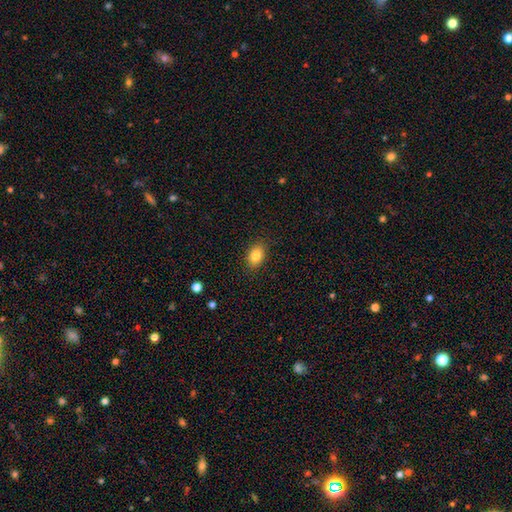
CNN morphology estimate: smooth-or-featured: smooth: 85% | star or artifact: 9% | featured or disk: 6%
  how-rounded: in between: 82% | round: 17% | cigar-shaped: 2%
  merging: none: 87% | minor disturbance: 9% | major disturbance: 2% | merger: 1%